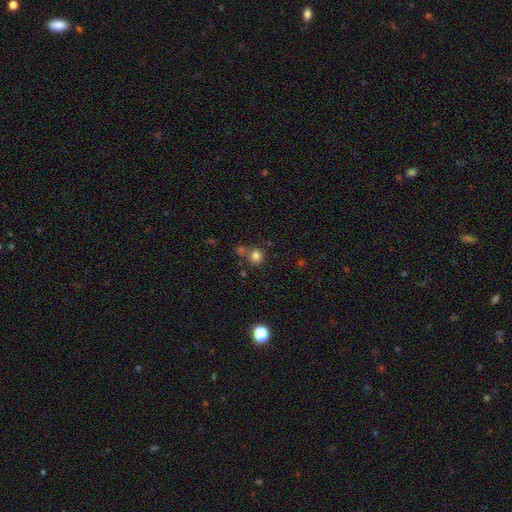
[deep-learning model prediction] Overall: smooth (78%). How rounded: round (87%). Merging: none (62%; merger 24%).